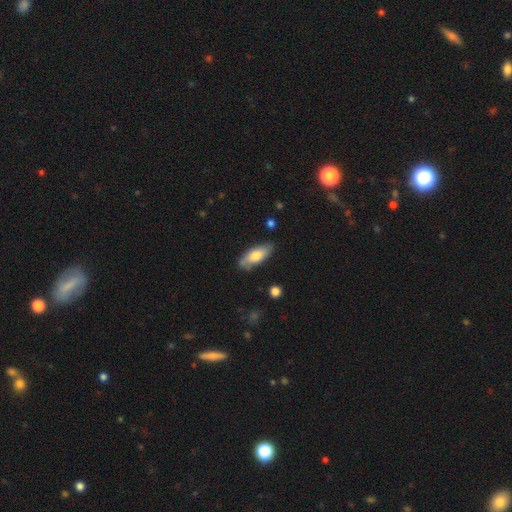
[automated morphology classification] Smooth or featured? smooth (71%)
How rounded? in between (75%)
Merging? none (77%)